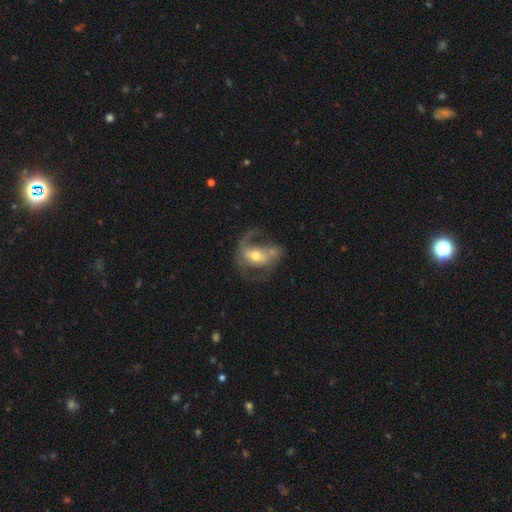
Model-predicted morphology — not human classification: smooth-or-featured: featured or disk: 74% | smooth: 19% | star or artifact: 7%
  disk-edge-on: no: 96% | yes: 4%
    bar: weak: 38% (tied) | no: 38% (tied) | strong: 25%
    has-spiral-arms: yes: 82% | no: 18%
      spiral-winding: loose: 47% | medium: 40% | tight: 13%
      spiral-arm-count: 2: 53% | 1: 32% | can't tell: 9% | 3: 4% | 4: 1% | more than 4: 1%
    bulge-size: moderate: 64% | small: 26% | large: 7% | none: 2% | dominant: 1%
  merging: none: 38% | major disturbance: 37% | minor disturbance: 19% | merger: 6%